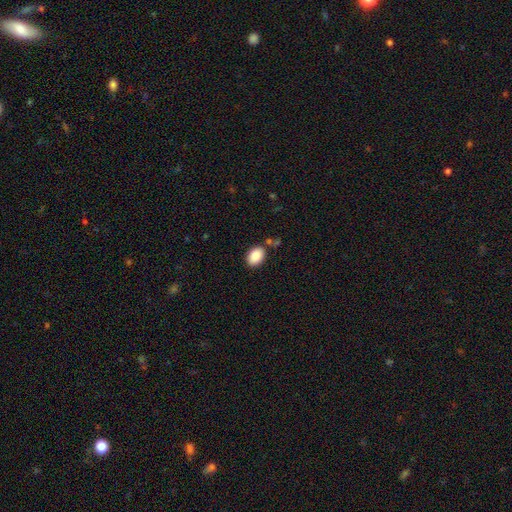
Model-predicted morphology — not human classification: This is clearly a smooth galaxy (87%). How rounded: clearly in between (82%). Merging: clearly none (80%).